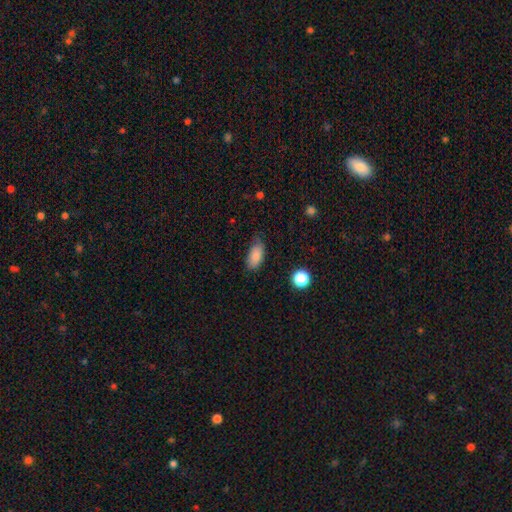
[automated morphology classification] Overall: smooth (86%). How rounded: in between (89%). Merging: none (69%).